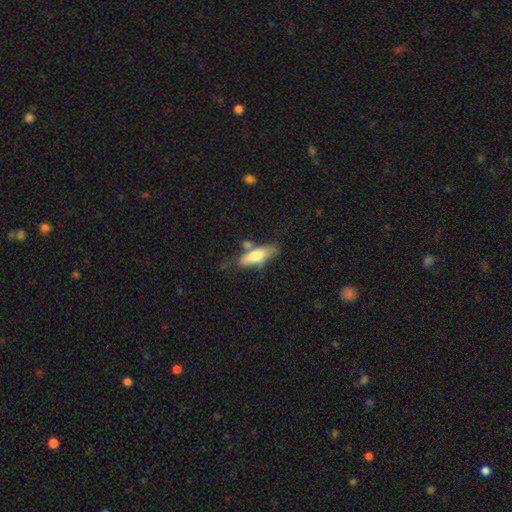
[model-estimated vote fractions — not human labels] smooth 68%, featured or disk 26%, star or artifact 6%. Down the decision tree: how rounded — in between (59%); merging — none (50%).